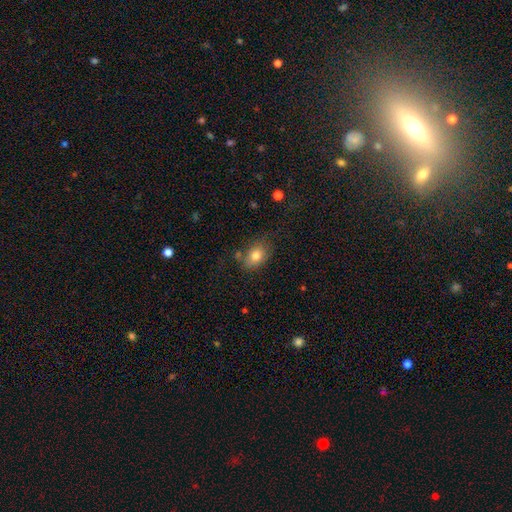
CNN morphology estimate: Smooth or featured: smooth — 79% (featured or disk — 12%)
How rounded: in between — 76% (round — 23%)
Merging: none — 69% (minor disturbance — 20%)